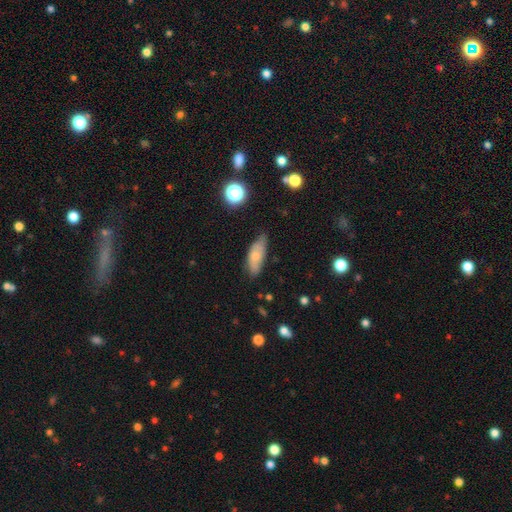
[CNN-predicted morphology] smooth-or-featured: smooth: 67% | featured or disk: 24% | star or artifact: 8%
  how-rounded: in between: 74% | cigar-shaped: 23% | round: 3%
  merging: none: 61% | minor disturbance: 30% | major disturbance: 6% | merger: 2%